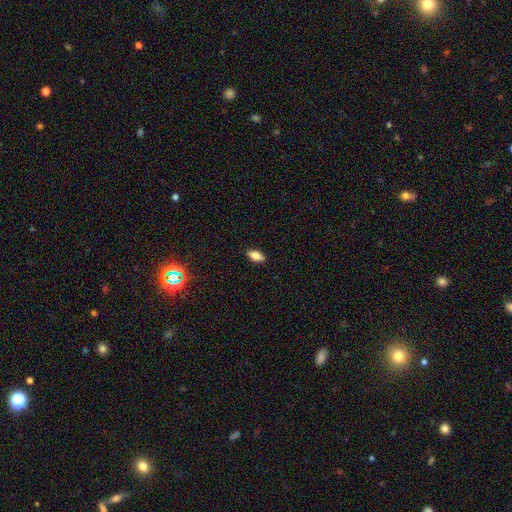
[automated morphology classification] Smooth or featured? Predicted: smooth (p=0.78). How rounded? Predicted: in between (p=0.87). Merging? Predicted: none (p=0.89).